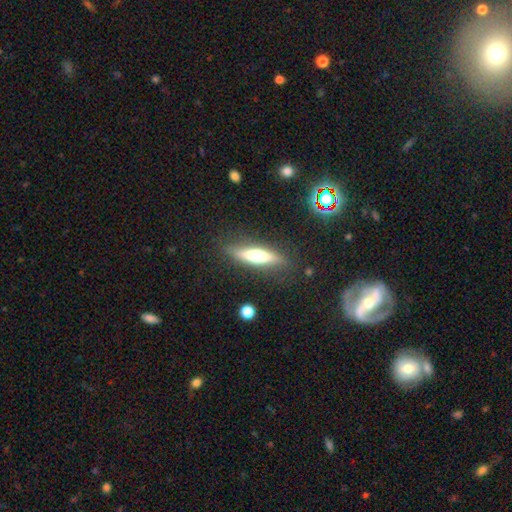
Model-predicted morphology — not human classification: Smooth or featured? smooth (52%)
How rounded? cigar-shaped (73%)
Merging? none (84%)